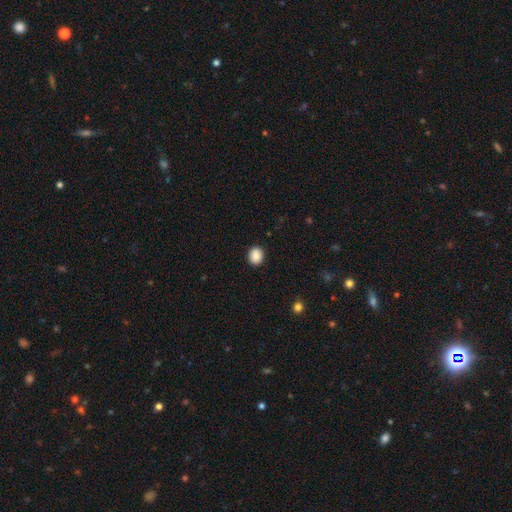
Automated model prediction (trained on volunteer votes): smooth_or_featured: smooth (p=0.89) [alt: star or artifact p=0.08]
how_rounded: round (p=0.60) [alt: in between p=0.39]
merging: none (p=0.91) [alt: minor disturbance p=0.06]